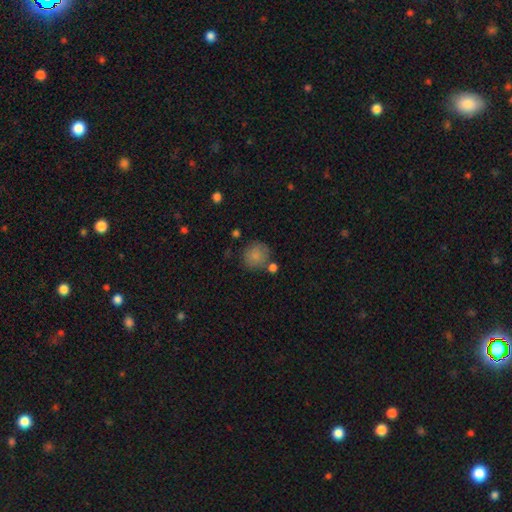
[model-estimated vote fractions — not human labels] A smooth galaxy with no disk features (84%) that is round (88%). Merging: none (71%).